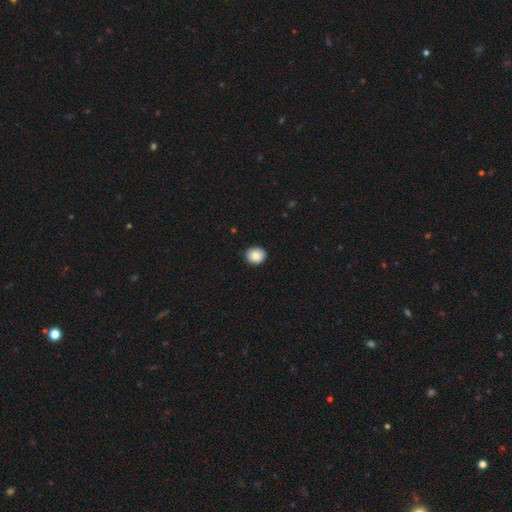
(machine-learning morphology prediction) The model was most divided on "how rounded": round: 75%, in between: 25%, cigar-shaped: 1%. More confident: merging — none (89%); smooth or featured — smooth (86%).